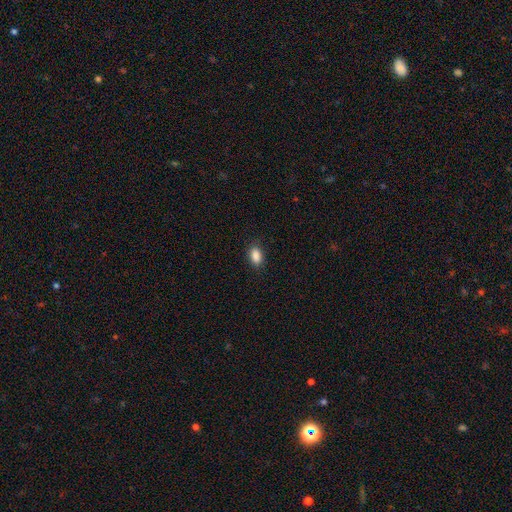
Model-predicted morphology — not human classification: A smooth galaxy with no disk features (89%) that is in between round and cigar-shaped (89%). Merging: none (85%).